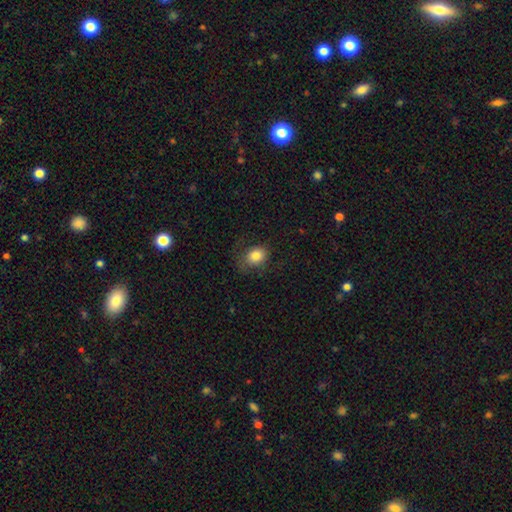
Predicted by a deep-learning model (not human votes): Smooth or featured: smooth — 81% (star or artifact — 10%)
How rounded: in between — 52% (round — 47%)
Merging: none — 66% (minor disturbance — 20%)